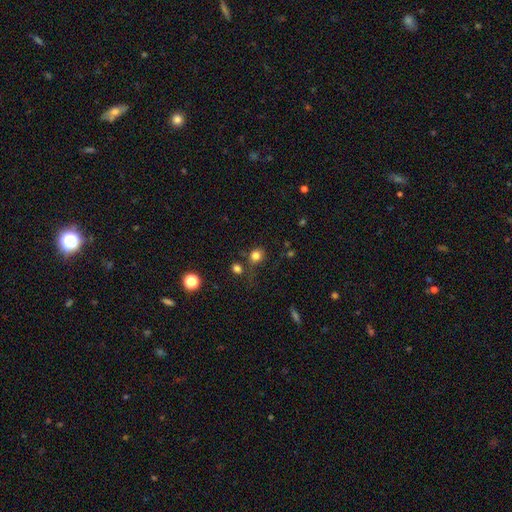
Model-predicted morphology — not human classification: A smooth galaxy with no disk features (79%) that is round (79%).

Vote fractions:
- Smooth or featured? smooth: 79% / star or artifact: 14% / featured or disk: 7%
- How rounded? round: 79% / in between: 20% / cigar-shaped: 1%
- Merging? none: 64% / minor disturbance: 15% / merger: 14% / major disturbance: 8%